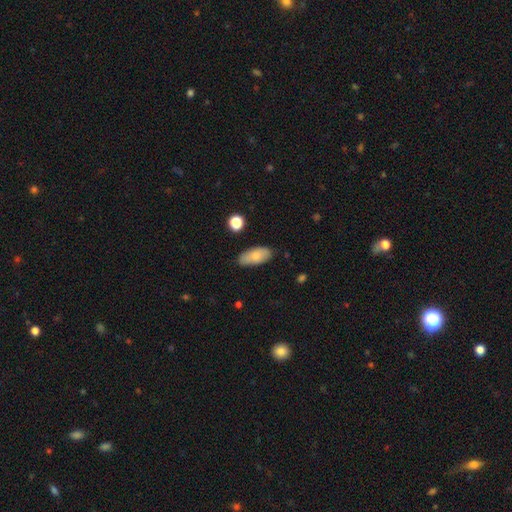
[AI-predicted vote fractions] Smooth or featured: smooth — 79% (featured or disk — 14%)
How rounded: in between — 87% (cigar-shaped — 10%)
Merging: none — 82% (minor disturbance — 14%)